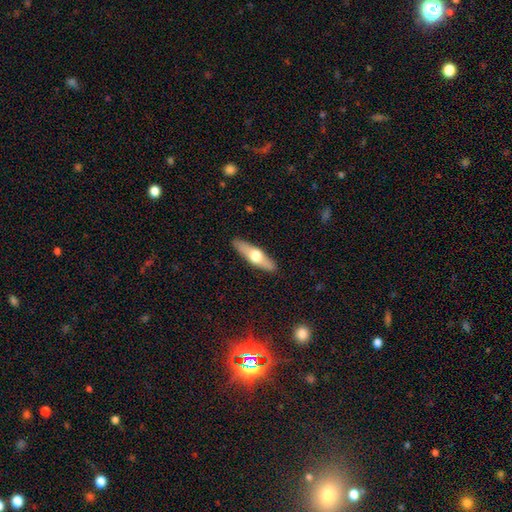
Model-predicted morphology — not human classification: smooth-or-featured: featured or disk: 52% | smooth: 43% | star or artifact: 5%
  disk-edge-on: yes: 88% | no: 12%
  merging: none: 89% | minor disturbance: 8% | major disturbance: 2% | merger: 1%